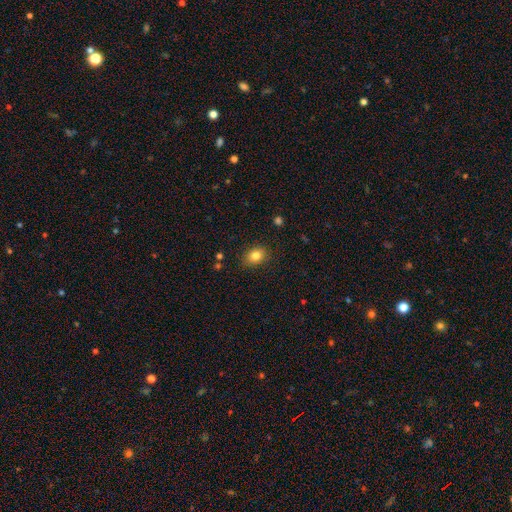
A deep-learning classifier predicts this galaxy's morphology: smooth 83%, star or artifact 10%, featured or disk 7%. Down the decision tree: how rounded — in between (60%); merging — none (85%).